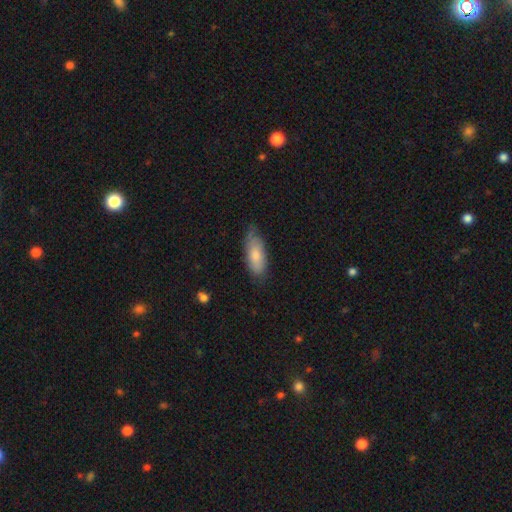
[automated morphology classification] Smooth or featured?
  - smooth: 77% *
  - featured or disk: 18%
  - star or artifact: 6%
How rounded?
  - in between: 79% *
  - cigar-shaped: 19%
  - round: 2%
Merging?
  - none: 62% *
  - minor disturbance: 30%
  - major disturbance: 6%
  - merger: 2%